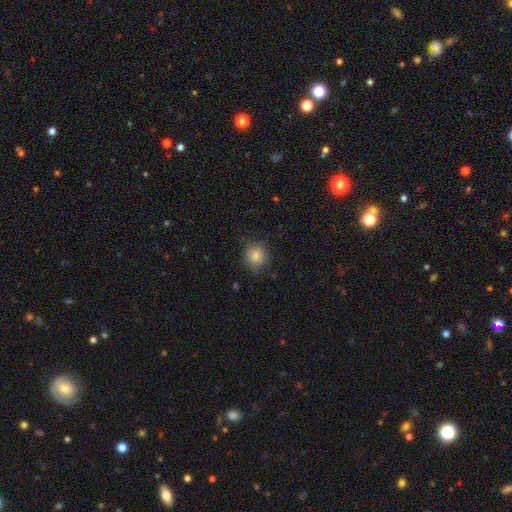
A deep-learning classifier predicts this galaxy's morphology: Q: Smooth or featured?
A: smooth (83%); runner-up: star or artifact (9%)
Q: How rounded?
A: round (81%); runner-up: in between (18%)
Q: Merging?
A: none (75%); runner-up: minor disturbance (19%)